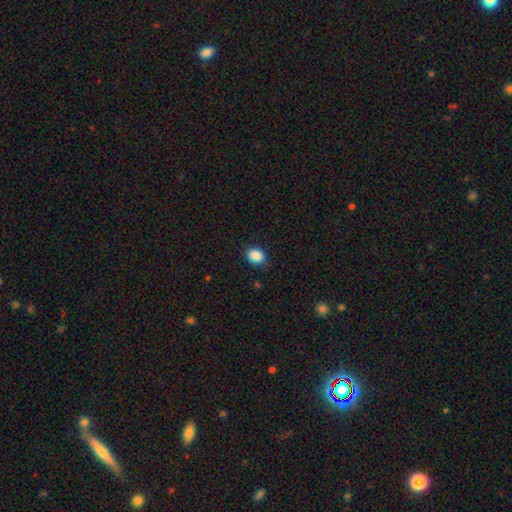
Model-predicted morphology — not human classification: Overall: smooth (88%). How rounded: in between (56%; round 43%). Merging: none (85%).